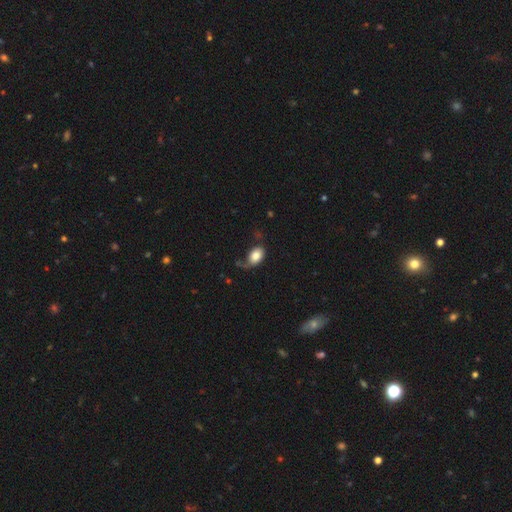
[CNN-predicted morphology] type=smooth (81%); roundness=in between (85%); merging=none (52%).